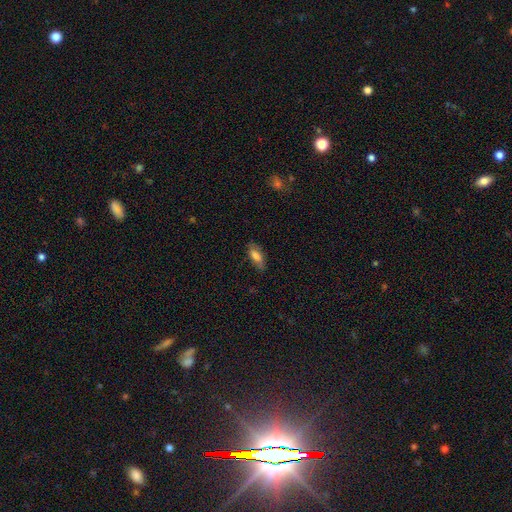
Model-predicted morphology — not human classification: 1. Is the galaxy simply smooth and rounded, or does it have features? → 75% smooth, 17% featured or disk, 8% star or artifact.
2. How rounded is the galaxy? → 77% in between, 20% cigar-shaped, 3% round.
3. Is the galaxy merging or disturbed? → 71% none, 22% minor disturbance, 6% major disturbance, 1% merger.